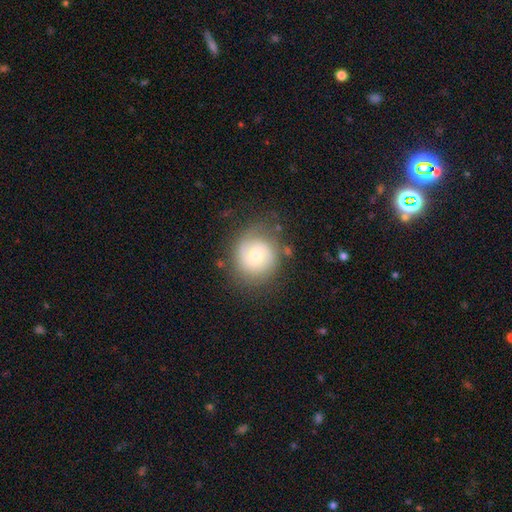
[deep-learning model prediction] Overall: featured or disk (53%; smooth 39%). Edge-on disk: no (98%). Bar: no (60%; weak 34%). Spiral arms: yes (85%). Bulge size: moderate (52%; small 37%). Merging: none (71%).